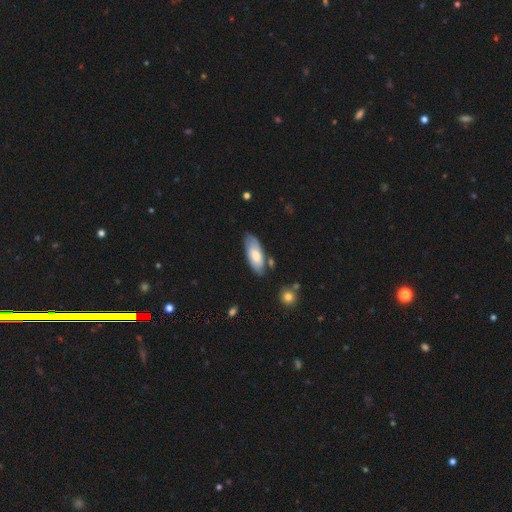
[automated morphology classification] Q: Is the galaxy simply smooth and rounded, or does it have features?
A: smooth — 63%.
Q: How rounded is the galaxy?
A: in between — 81%.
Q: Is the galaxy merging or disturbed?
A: none — 71%.